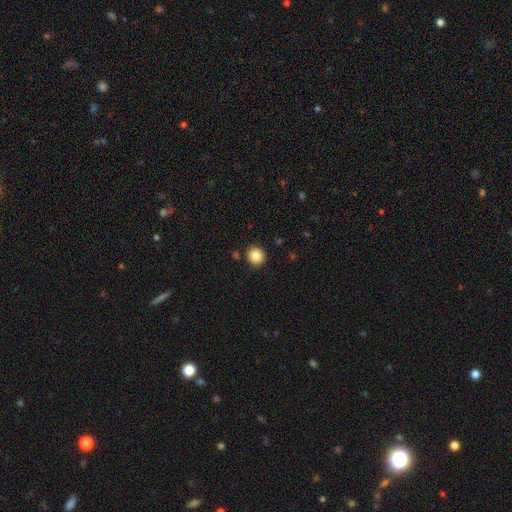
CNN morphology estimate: The model was most divided on "smooth or featured": smooth: 87%, star or artifact: 9%, featured or disk: 4%. More confident: how rounded — round (93%); merging — none (89%).